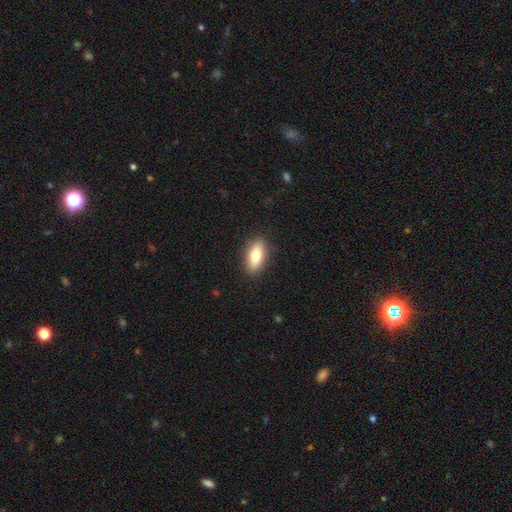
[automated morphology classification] A smooth galaxy with no disk features (74%) that is in between round and cigar-shaped (77%).

Vote fractions:
- Smooth or featured? smooth: 74% / featured or disk: 19% / star or artifact: 7%
- How rounded? in between: 77% / cigar-shaped: 19% / round: 4%
- Merging? none: 88% / minor disturbance: 9% / major disturbance: 2% / merger: 1%